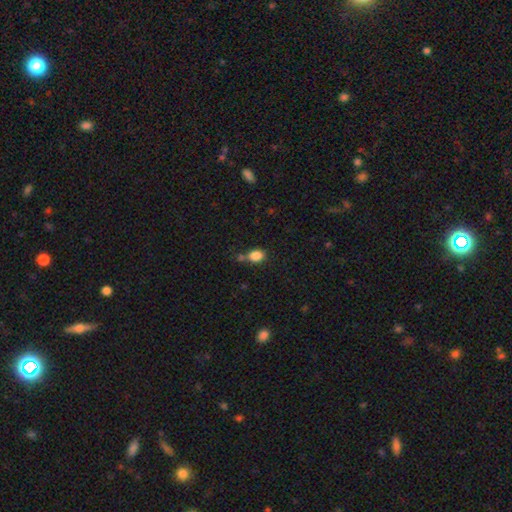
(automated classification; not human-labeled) smooth_or_featured: smooth (p=0.85) [alt: star or artifact p=0.10]
how_rounded: in between (p=0.71) [alt: round p=0.28]
merging: none (p=0.56) [alt: merger p=0.21]